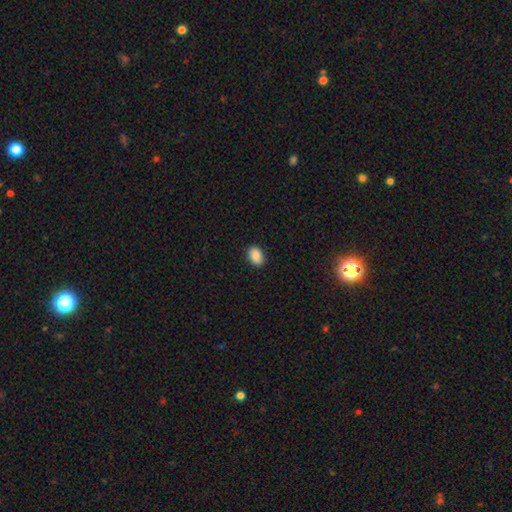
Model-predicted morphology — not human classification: type=smooth (88%); roundness=in between (82%); merging=none (87%).